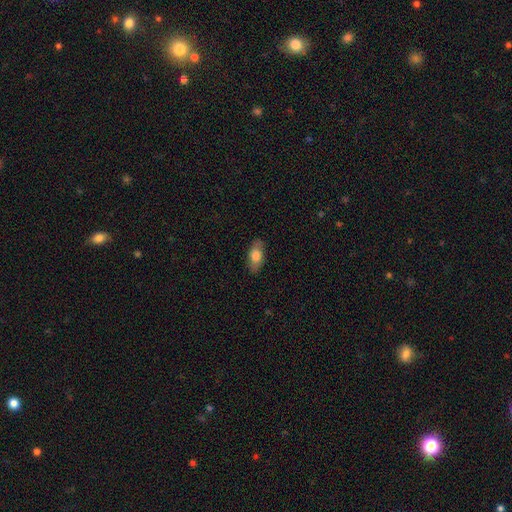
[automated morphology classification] This is likely a smooth galaxy (76%). How rounded: clearly in between (88%). Merging: clearly none (86%).